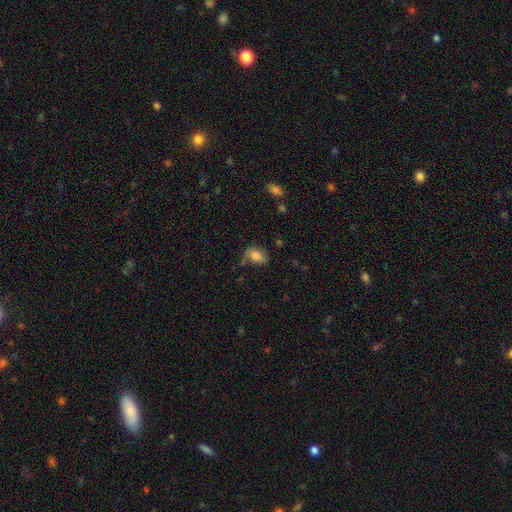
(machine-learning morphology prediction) A smooth galaxy with no disk features (78%) that is in between round and cigar-shaped (77%).

Vote fractions:
- Smooth or featured? smooth: 78% / featured or disk: 13% / star or artifact: 9%
- How rounded? in between: 77% / round: 21% / cigar-shaped: 2%
- Merging? none: 53% / minor disturbance: 30% / major disturbance: 12% / merger: 5%